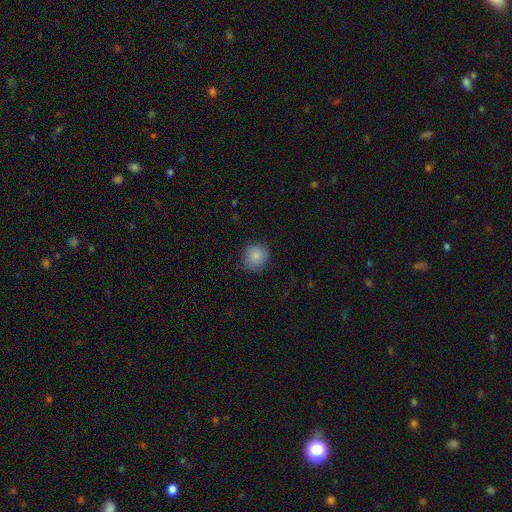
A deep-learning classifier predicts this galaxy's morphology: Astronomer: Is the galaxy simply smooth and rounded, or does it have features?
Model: smooth — 87%.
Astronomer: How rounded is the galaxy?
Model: round — 91%.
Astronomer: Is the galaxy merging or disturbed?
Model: none — 78%.